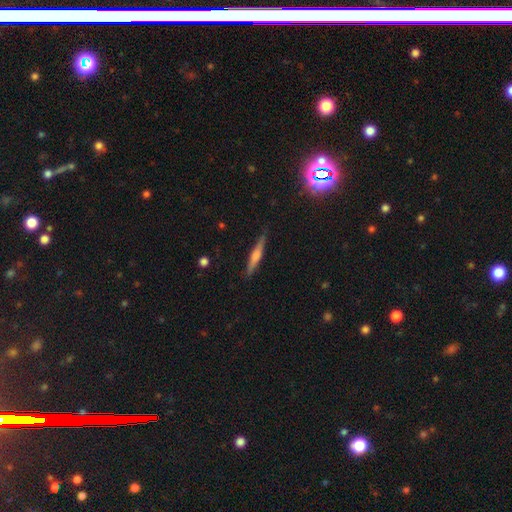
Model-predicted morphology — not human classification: featured or disk 47%, smooth 46%, star or artifact 7%. Down the decision tree: merging — none (86%).